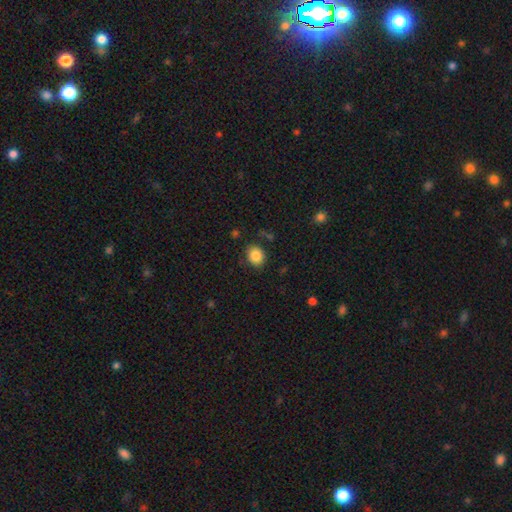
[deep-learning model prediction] This appears to be a smooth galaxy with no disk features (85%) that is round (53%). Merging: none (83%).